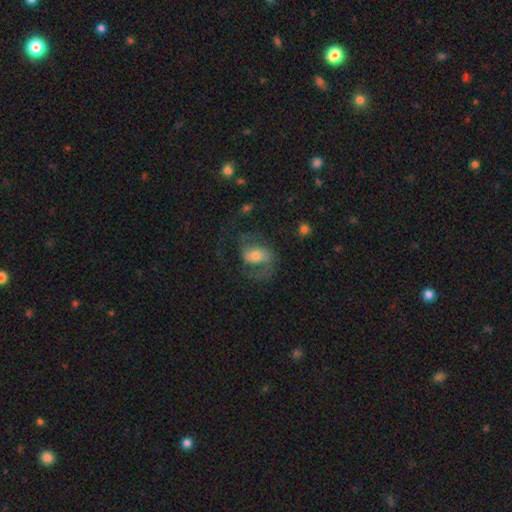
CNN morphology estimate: This is likely a featured or disk galaxy (65%). It is clearly not viewed edge-on (96%). Bar: marginally weak (41%). Spiral arm pattern: clearly yes (85%). Spiral arm count: likely 2 (67%). Spiral winding: possibly medium (49%). Central bulge: possibly moderate (47%). Merging: possibly none (47%).